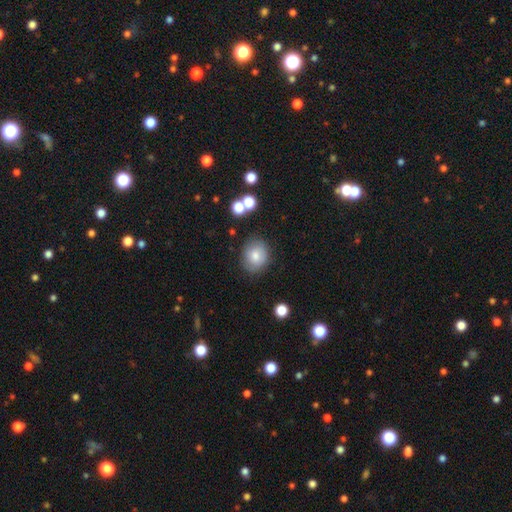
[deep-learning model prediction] Smooth or featured? Predicted: smooth (p=0.77). How rounded? Predicted: round (p=0.67). Merging? Predicted: none (p=0.79).